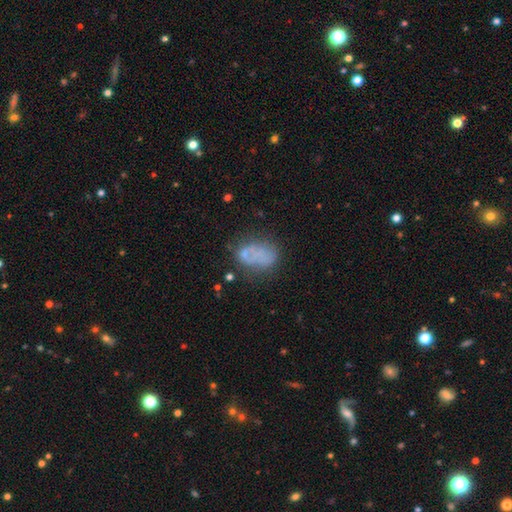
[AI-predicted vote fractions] Overall: smooth (53%; featured or disk 33%). How rounded: in between (82%). Merging: none (53%; minor disturbance 22%).